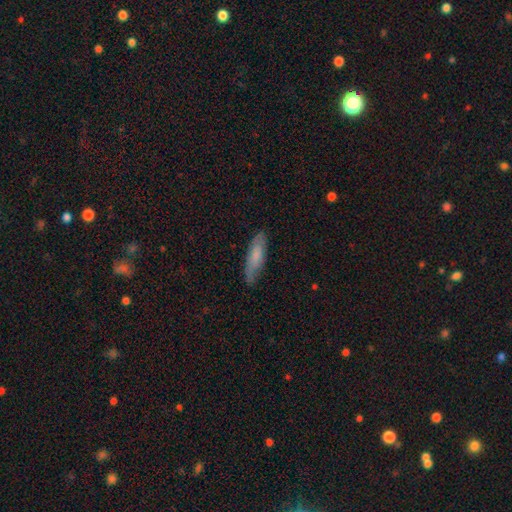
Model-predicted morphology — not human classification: Smooth or featured: smooth — 71% (featured or disk — 23%)
How rounded: cigar-shaped — 63% (in between — 35%)
Merging: none — 80% (minor disturbance — 16%)